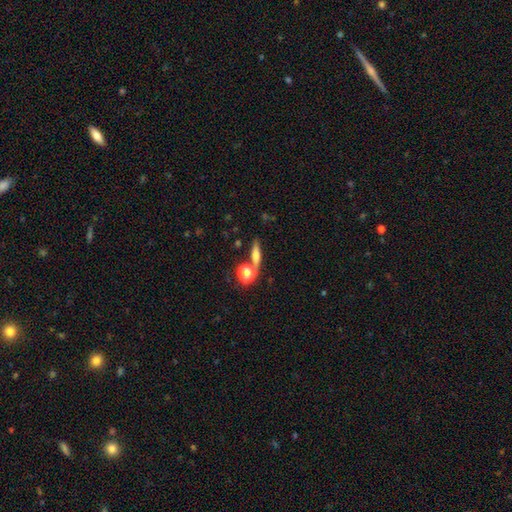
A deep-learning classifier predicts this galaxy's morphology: smooth-or-featured: smooth: 50% | featured or disk: 37% | star or artifact: 13%
  how-rounded: cigar-shaped: 58% | in between: 25% | round: 16%
  merging: none: 72% | merger: 14% | minor disturbance: 10% | major disturbance: 4%